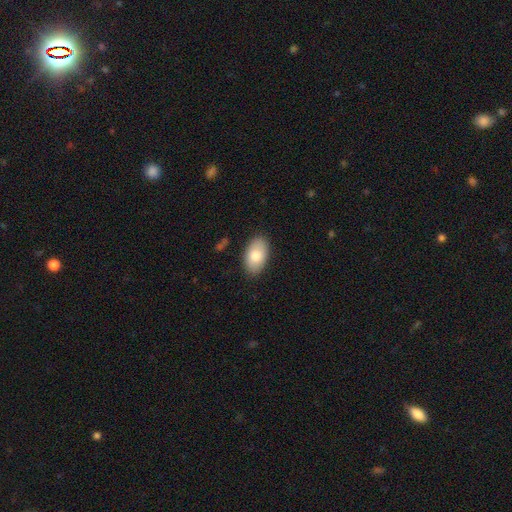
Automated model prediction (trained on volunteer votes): Smooth or featured: smooth — 78% (featured or disk — 16%)
How rounded: in between — 93% (round — 6%)
Merging: none — 87% (minor disturbance — 10%)